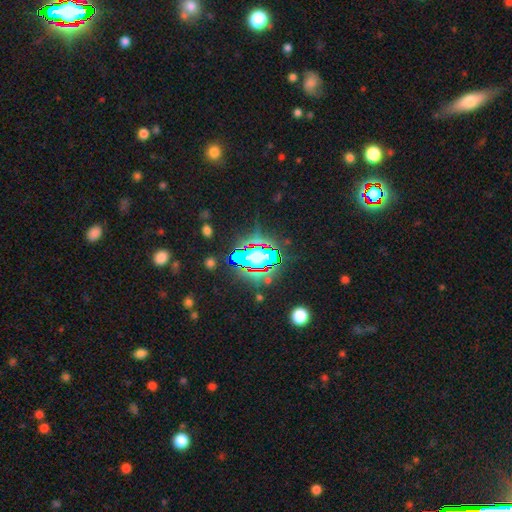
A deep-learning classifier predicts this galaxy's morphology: A star or artifact, not a galaxy (76%).

Vote fractions:
- Smooth or featured? star or artifact: 76% / smooth: 15% / featured or disk: 10%